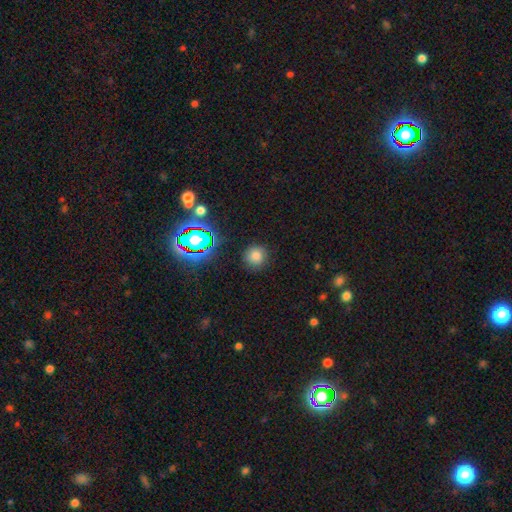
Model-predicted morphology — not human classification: Smooth or featured? smooth (74%)
How rounded? round (91%)
Merging? none (87%)